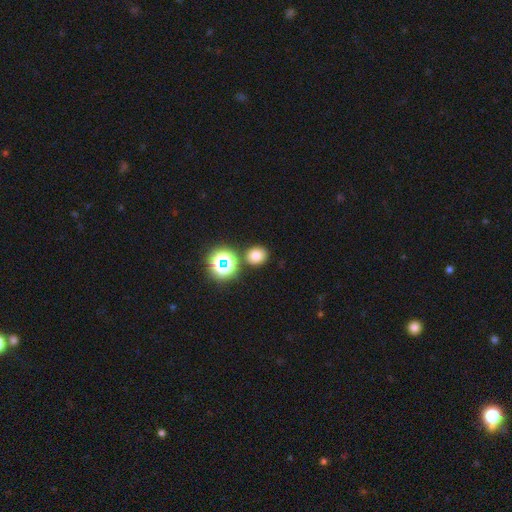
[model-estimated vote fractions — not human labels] Morphology: type=smooth (73%); roundness=round (73%); merging=none (83%).